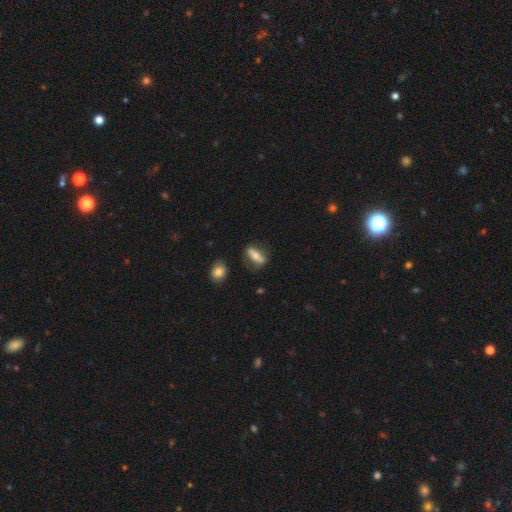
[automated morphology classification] type=smooth (60%); roundness=in between (52%); merging=none (72%).